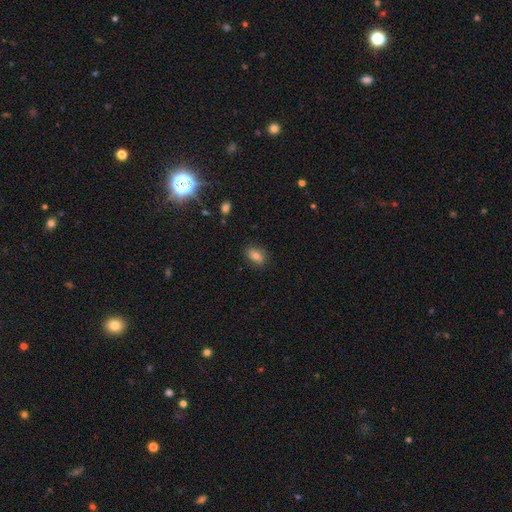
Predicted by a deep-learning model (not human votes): Smooth or featured? Predicted: smooth (p=0.79). How rounded? Predicted: in between (p=0.81). Merging? Predicted: none (p=0.83).